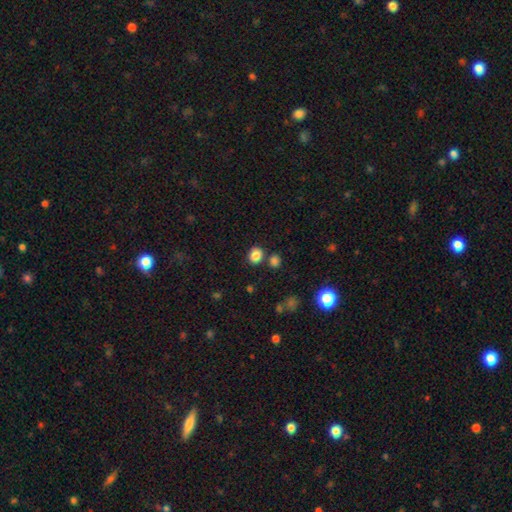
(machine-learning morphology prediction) Smooth or featured: smooth — 84% (star or artifact — 11%)
How rounded: round — 64% (in between — 35%)
Merging: none — 77% (merger — 10%)